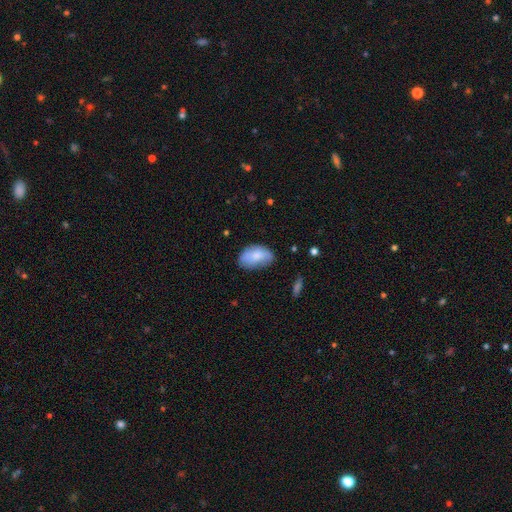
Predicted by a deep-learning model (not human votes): A smooth galaxy with no disk features (79%) that is in between round and cigar-shaped (92%). Merging: none (64%).